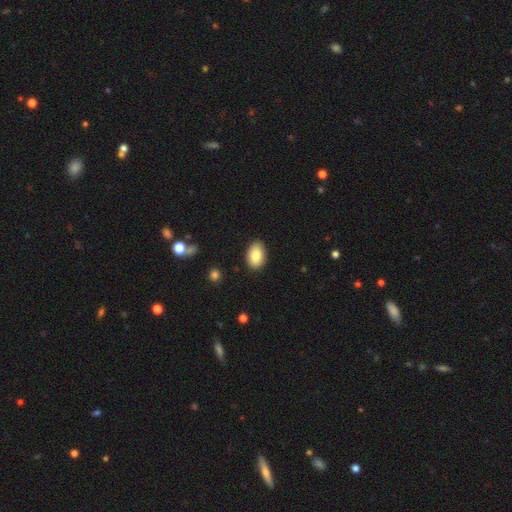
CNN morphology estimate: type=smooth (86%); roundness=in between (92%); merging=none (86%).